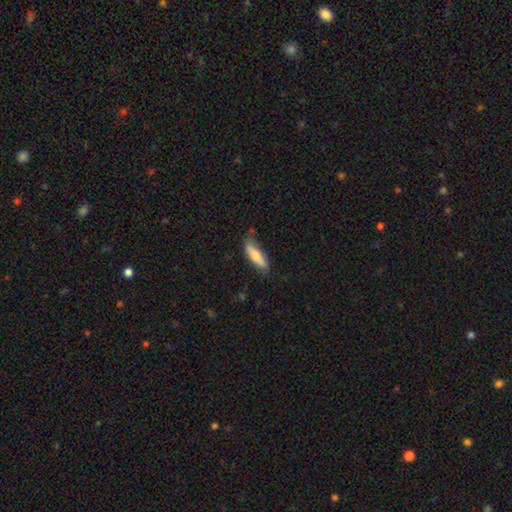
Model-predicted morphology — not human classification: A smooth galaxy with no disk features (73%) that is cigar-shaped (56%).

Vote fractions:
- Smooth or featured? smooth: 73% / featured or disk: 21% / star or artifact: 6%
- How rounded? cigar-shaped: 56% / in between: 43% / round: 2%
- Merging? none: 64% / minor disturbance: 27% / major disturbance: 6% / merger: 3%